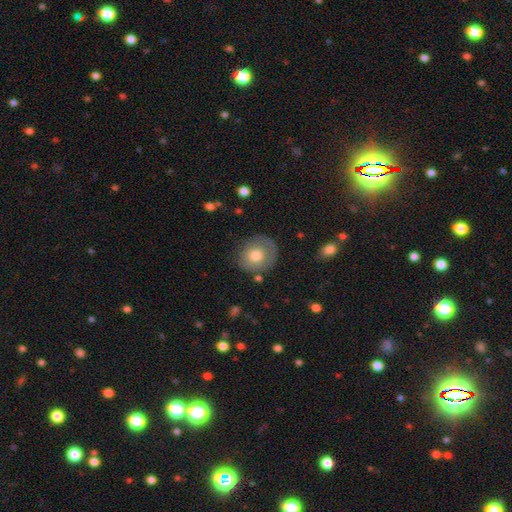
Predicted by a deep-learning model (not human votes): A smooth galaxy with no disk features (67%) that is round (85%). Merging: none (74%).